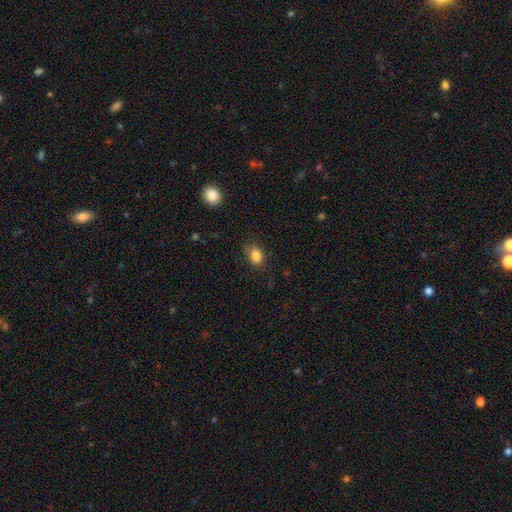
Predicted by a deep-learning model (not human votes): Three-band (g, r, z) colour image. It shows a smooth galaxy with no disk features (85%) that is in between round and cigar-shaped (70%). Merging: none (76%).